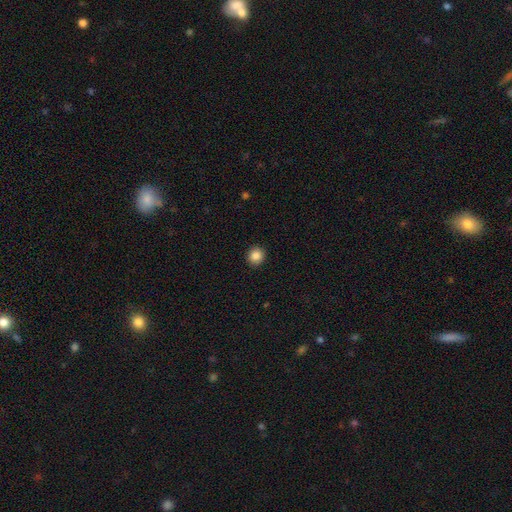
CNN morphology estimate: A smooth galaxy with no disk features (86%) that is round (89%).

Vote fractions:
- Smooth or featured? smooth: 86% / star or artifact: 10% / featured or disk: 4%
- How rounded? round: 89% / in between: 10% / cigar-shaped: 1%
- Merging? none: 92% / minor disturbance: 5% / major disturbance: 2% / merger: 1%